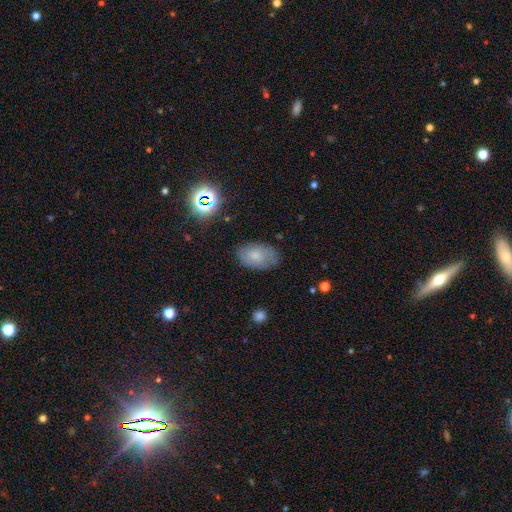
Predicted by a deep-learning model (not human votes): Smooth or featured: smooth — 71% (featured or disk — 19%)
How rounded: in between — 89% (round — 10%)
Merging: none — 75% (minor disturbance — 19%)